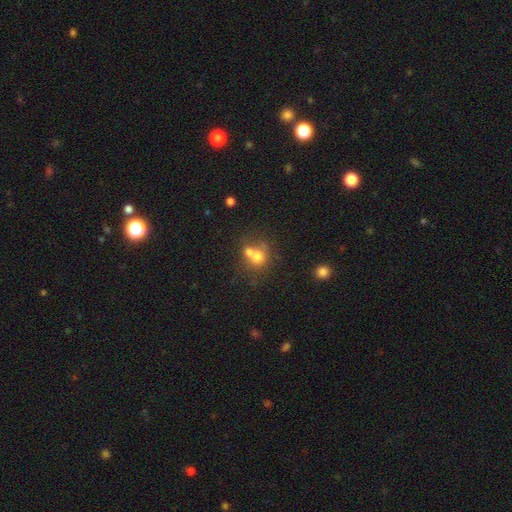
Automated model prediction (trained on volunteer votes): smooth-or-featured: smooth: 67% | featured or disk: 20% | star or artifact: 13%
  how-rounded: round: 74% | in between: 25% | cigar-shaped: 1%
  merging: merger: 56% | none: 32% | minor disturbance: 8% | major disturbance: 5%